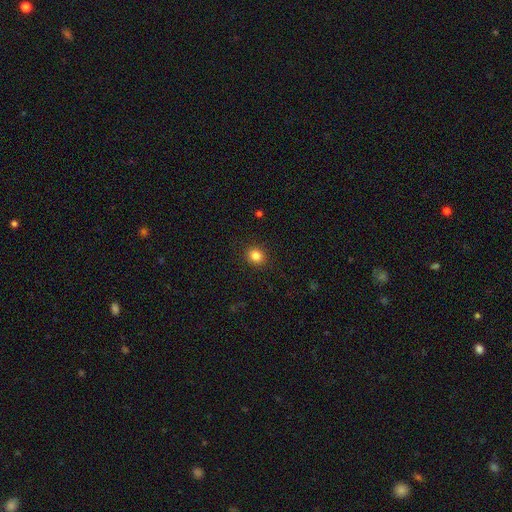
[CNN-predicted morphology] smooth_or_featured: smooth (p=0.84) [alt: star or artifact p=0.11]
how_rounded: round (p=0.77) [alt: in between p=0.22]
merging: none (p=0.91) [alt: minor disturbance p=0.06]